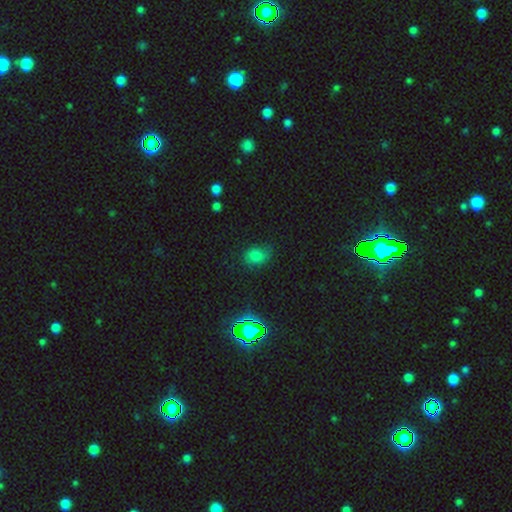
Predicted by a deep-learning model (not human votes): smooth_or_featured: smooth (p=0.70) [alt: star or artifact p=0.19]
how_rounded: in between (p=0.60) [alt: round p=0.38]
merging: none (p=0.64) [alt: minor disturbance p=0.26]